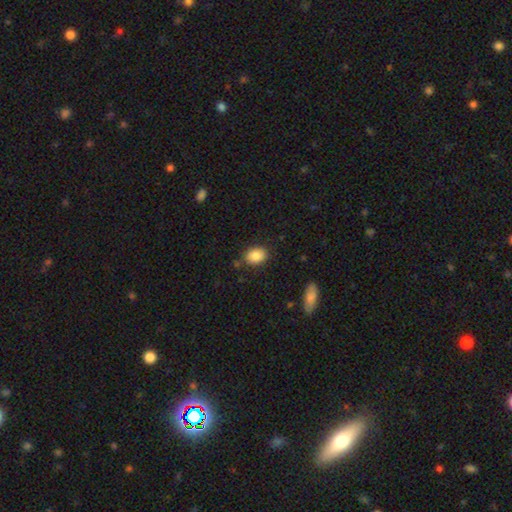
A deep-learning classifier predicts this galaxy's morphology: smooth-or-featured: smooth: 85% | star or artifact: 8% | featured or disk: 7%
  how-rounded: in between: 65% | round: 34% | cigar-shaped: 1%
  merging: none: 81% | minor disturbance: 13% | merger: 3% | major disturbance: 3%